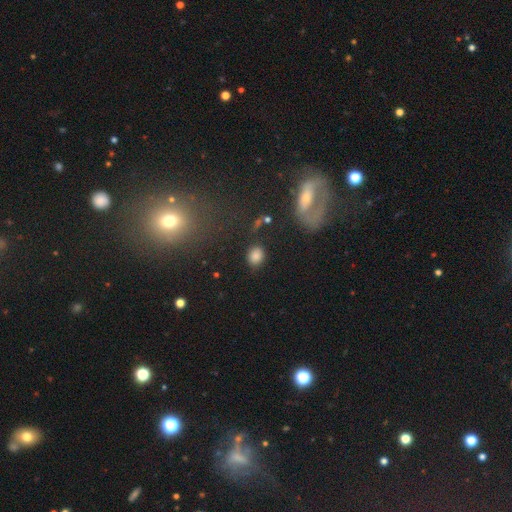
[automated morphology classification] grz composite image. It shows a smooth galaxy with no disk features (82%) that is round (57%). Merging: none (75%).